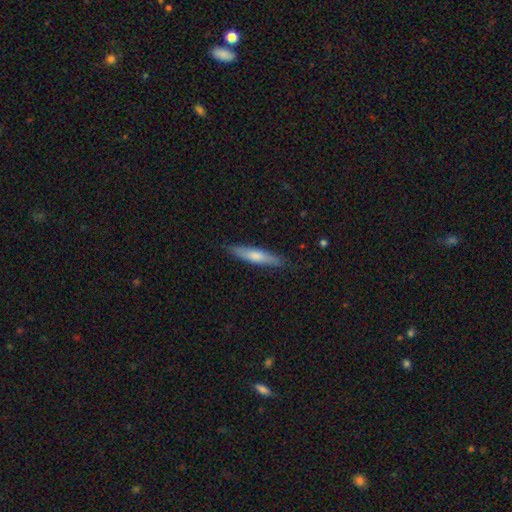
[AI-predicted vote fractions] Morphology: type=smooth (65%); roundness=cigar-shaped (87%); merging=none (86%).